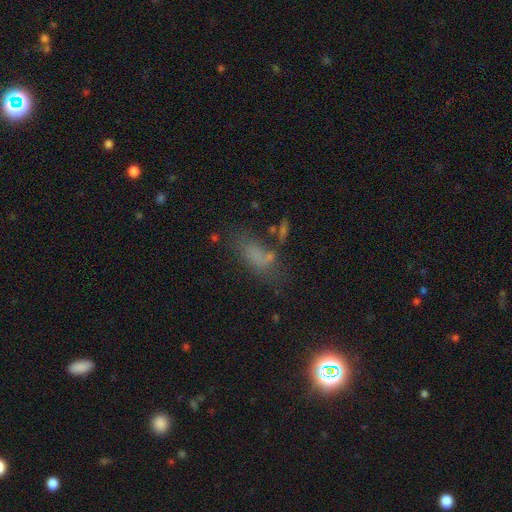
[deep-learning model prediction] Overall: smooth (59%; star or artifact 23%). How rounded: in between (77%). Merging: none (45%; minor disturbance 22%).